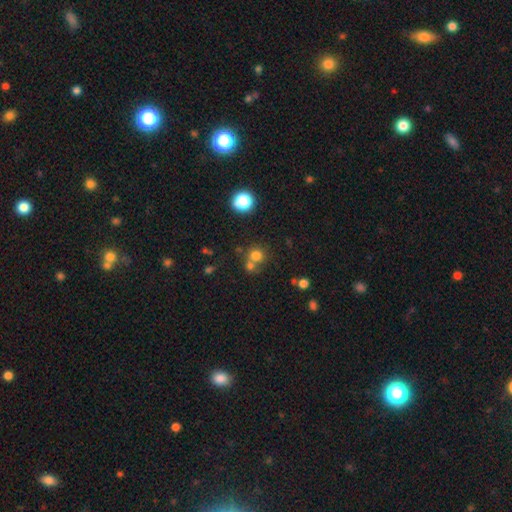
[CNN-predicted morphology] Smooth or featured?
  - smooth: 73% *
  - star or artifact: 18%
  - featured or disk: 9%
How rounded?
  - round: 87% *
  - in between: 12%
  - cigar-shaped: 1%
Merging?
  - none: 55% *
  - merger: 33%
  - minor disturbance: 8%
  - major disturbance: 4%